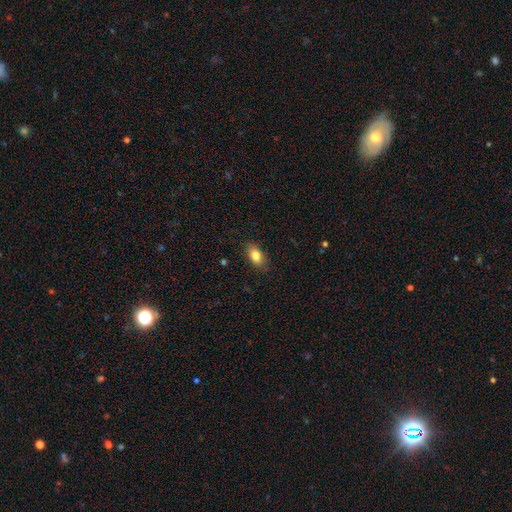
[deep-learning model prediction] The model was most divided on "smooth or featured": smooth: 81%, featured or disk: 11%, star or artifact: 8%. More confident: how rounded — in between (88%); merging — none (85%).